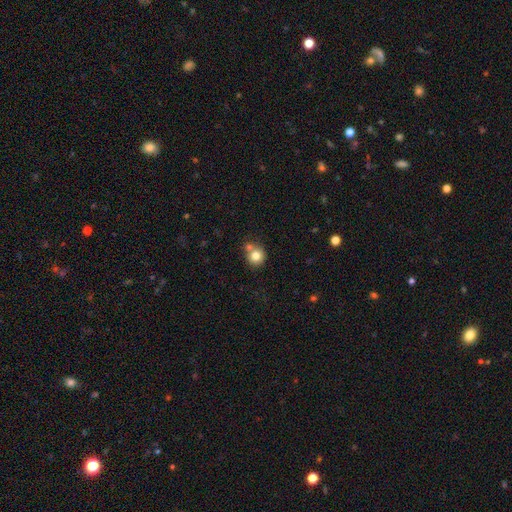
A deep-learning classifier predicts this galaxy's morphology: smooth 78%, featured or disk 11%, star or artifact 10%. Down the decision tree: how rounded — round (87%); merging — none (53%).